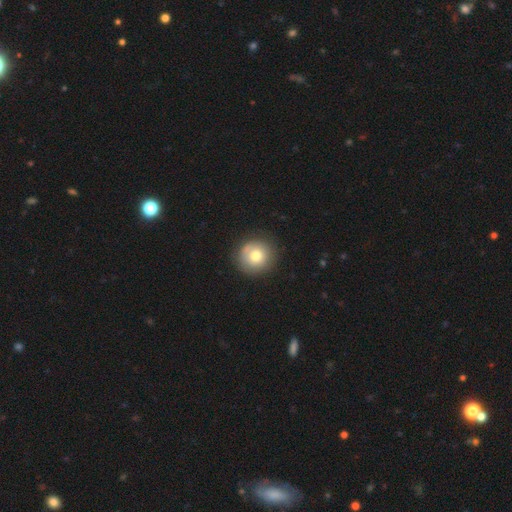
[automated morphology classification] This appears to be a smooth galaxy with no disk features (72%) that is round (94%). Merging: none (84%).